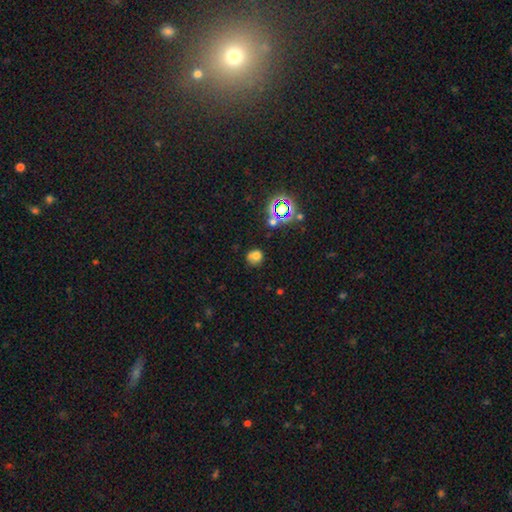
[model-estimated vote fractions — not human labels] The model was most divided on "merging": none: 54%, minor disturbance: 20%, merger: 18%, major disturbance: 8%. More confident: how rounded — round (79%); smooth or featured — smooth (68%).